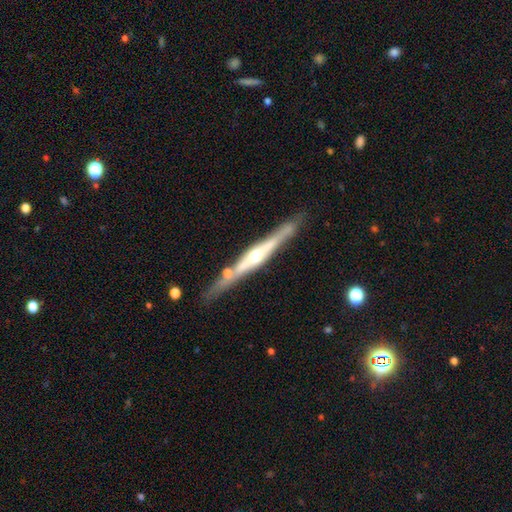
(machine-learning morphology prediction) This appears to be a featured or disk galaxy (79%) viewed edge-on (96%) with a rounded central bulge (84%). Merging: none (80%).